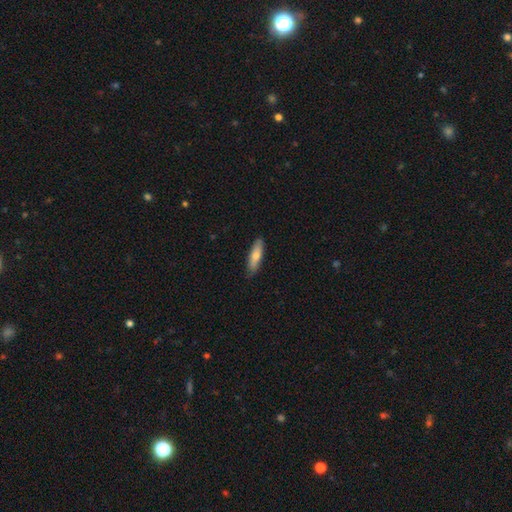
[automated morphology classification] This appears to be a smooth galaxy with no disk features (72%) that is cigar-shaped (60%). Merging: none (84%).